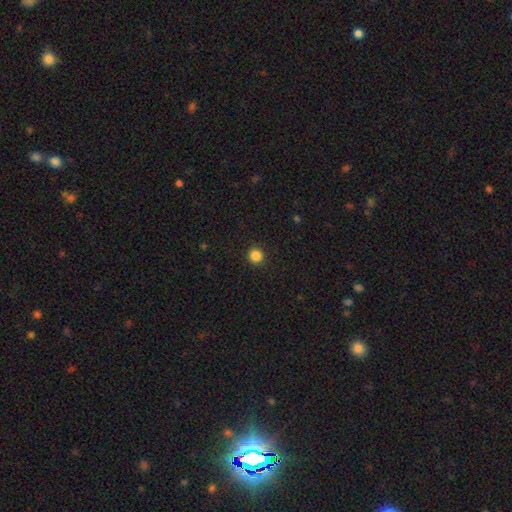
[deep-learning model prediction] Smooth or featured?
  - smooth: 85% *
  - star or artifact: 12%
  - featured or disk: 3%
How rounded?
  - round: 95% *
  - in between: 4%
  - cigar-shaped: 1%
Merging?
  - none: 93% *
  - minor disturbance: 5%
  - major disturbance: 2%
  - merger: 1%